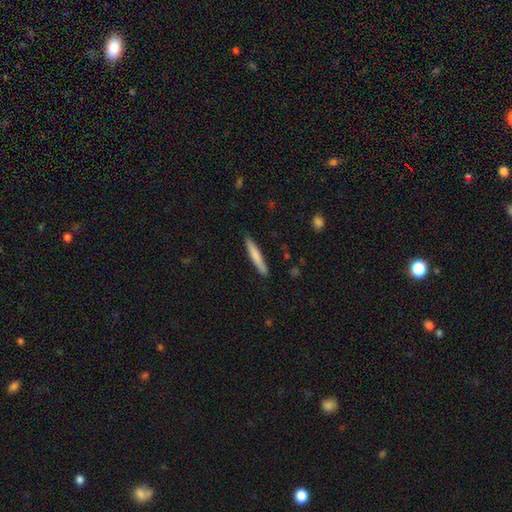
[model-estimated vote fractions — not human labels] Morphology: type=smooth (76%); roundness=cigar-shaped (94%); merging=none (89%).